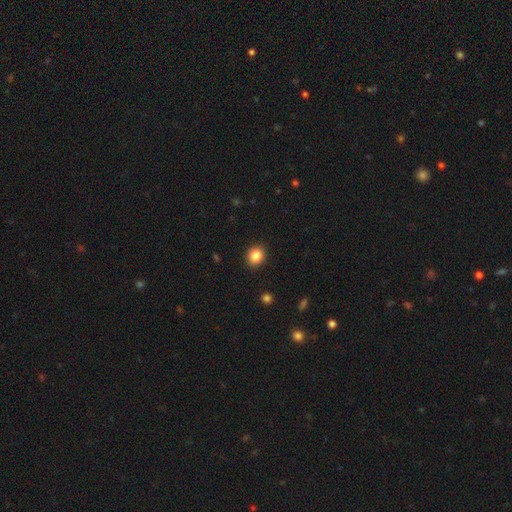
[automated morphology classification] Smooth or featured? Predicted: smooth (p=0.86). How rounded? Predicted: round (p=0.69). Merging? Predicted: none (p=0.91).